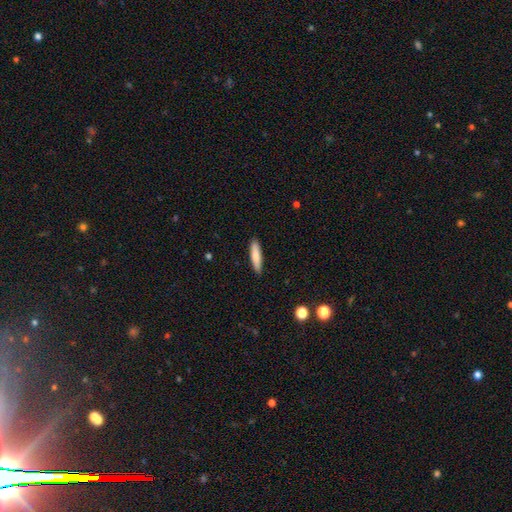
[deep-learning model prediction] Overall: smooth (80%). How rounded: cigar-shaped (80%). Merging: none (89%).